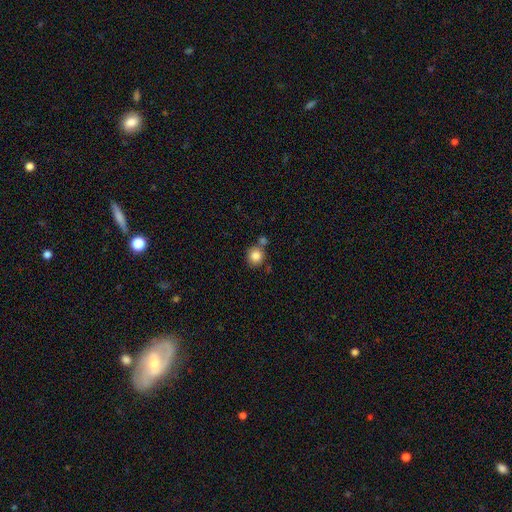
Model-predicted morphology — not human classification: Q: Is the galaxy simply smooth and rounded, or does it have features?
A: smooth — 84%.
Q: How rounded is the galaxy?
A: round — 87%.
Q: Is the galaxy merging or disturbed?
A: none — 67%.